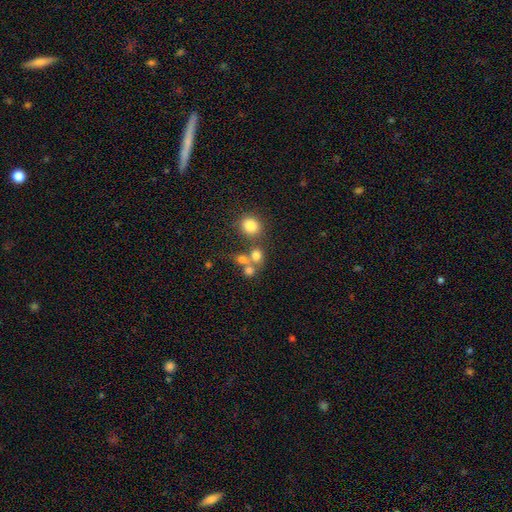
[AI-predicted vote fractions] Morphology: type=smooth (70%); roundness=round (76%); merging=none (47%).